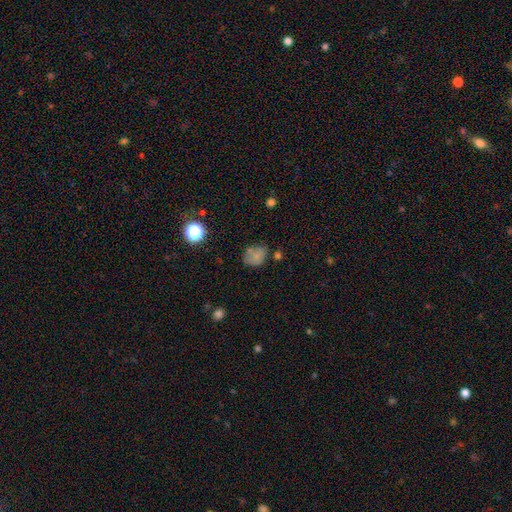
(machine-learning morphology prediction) type=smooth (71%); roundness=in between (51%); merging=none (57%).